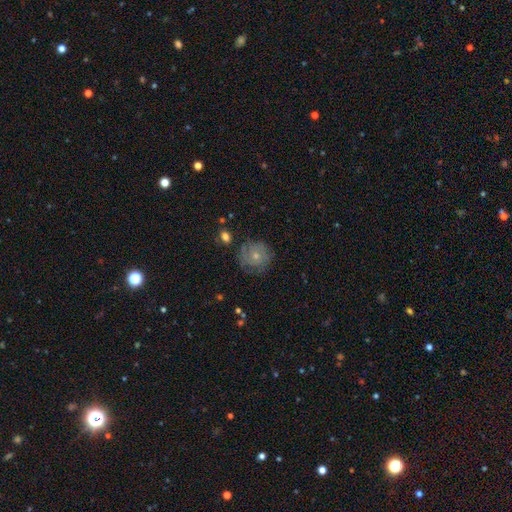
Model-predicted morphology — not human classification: Smooth or featured? featured or disk (54%)
Edge-on disk? no (98%)
Bar? no (83%)
Spiral arms? yes (78%)
Bulge size? small (57%)
Merging? none (72%)